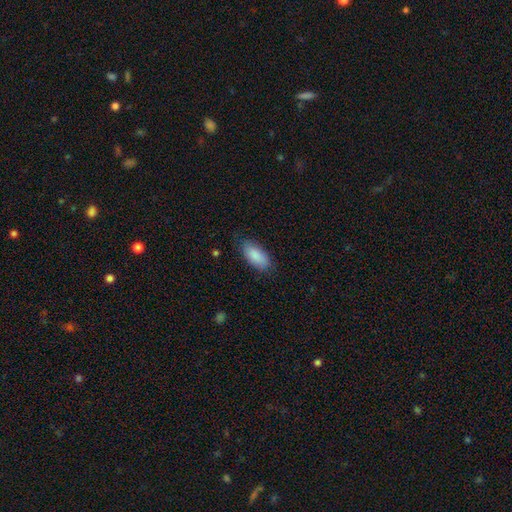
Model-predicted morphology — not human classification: Overall: smooth (88%). How rounded: in between (91%). Merging: none (80%).